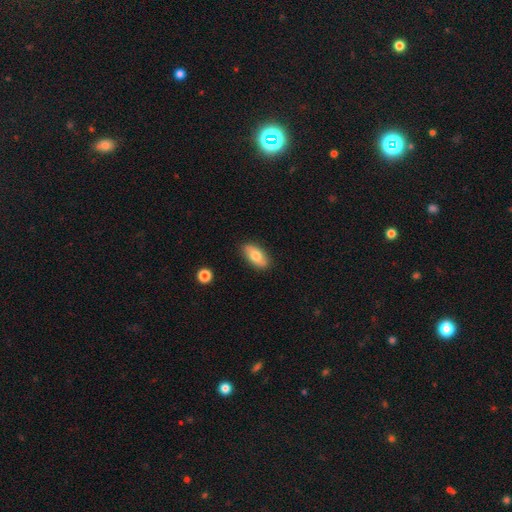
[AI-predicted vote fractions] smooth_or_featured: smooth (p=0.75) [alt: featured or disk p=0.19]
how_rounded: in between (p=0.90) [alt: cigar-shaped p=0.07]
merging: none (p=0.86) [alt: minor disturbance p=0.10]